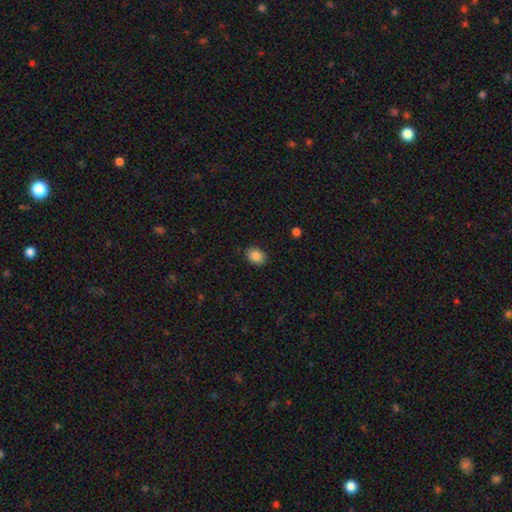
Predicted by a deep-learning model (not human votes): Q: Smooth or featured?
A: smooth (87%); runner-up: star or artifact (9%)
Q: How rounded?
A: in between (56%); runner-up: round (43%)
Q: Merging?
A: none (88%); runner-up: minor disturbance (9%)